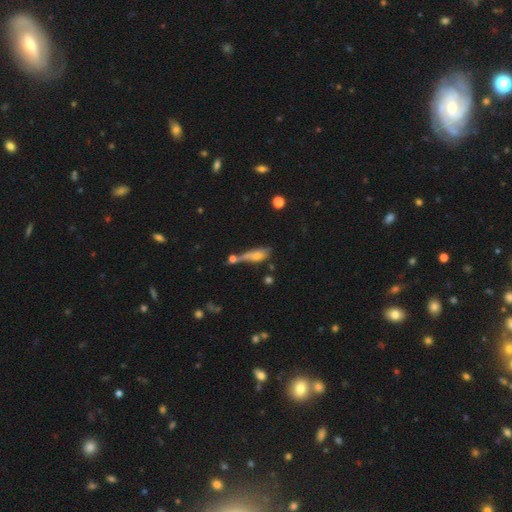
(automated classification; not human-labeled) smooth_or_featured: smooth (p=0.58) [alt: featured or disk p=0.31]
how_rounded: in between (p=0.53) [alt: cigar-shaped p=0.41]
merging: merger (p=0.37) [alt: none p=0.27]